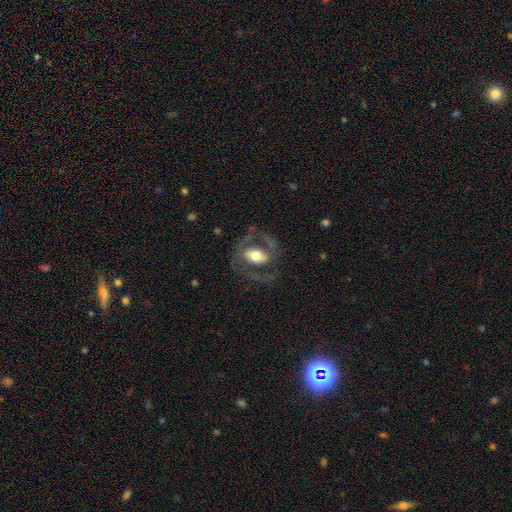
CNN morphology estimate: The model was most divided on "bar": no: 41%, weak: 30%, strong: 29%. More confident: edge-on disk — no (93%); smooth or featured — featured or disk (66%); merging — none (64%); bulge size — moderate (58%); spiral arms — yes (57%).